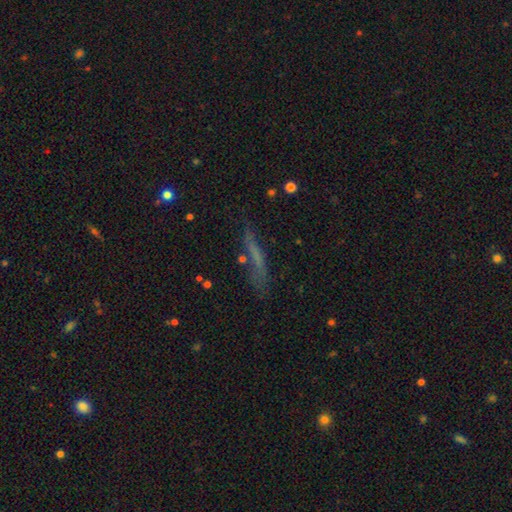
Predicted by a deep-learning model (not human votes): A smooth galaxy with no disk features (50%).

Vote fractions:
- Smooth or featured? smooth: 50% / featured or disk: 35% / star or artifact: 15%
- Merging? none: 64% / minor disturbance: 21% / major disturbance: 11% / merger: 4%